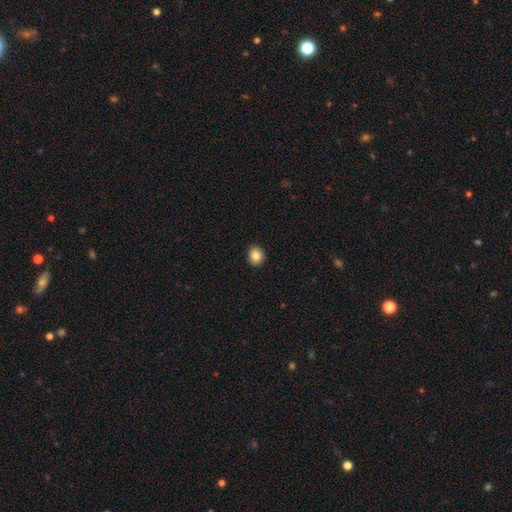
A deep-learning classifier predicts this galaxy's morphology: Q: Smooth or featured?
A: smooth (85%); runner-up: star or artifact (9%)
Q: How rounded?
A: round (78%); runner-up: in between (21%)
Q: Merging?
A: none (92%); runner-up: minor disturbance (6%)